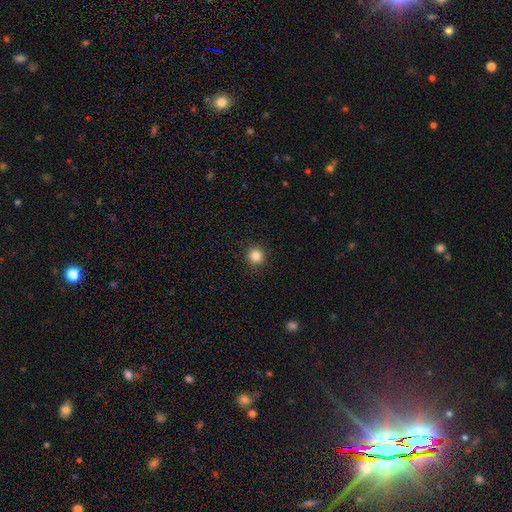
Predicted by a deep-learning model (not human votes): The model was most divided on "smooth or featured": smooth: 84%, star or artifact: 12%, featured or disk: 4%. More confident: how rounded — round (95%); merging — none (92%).